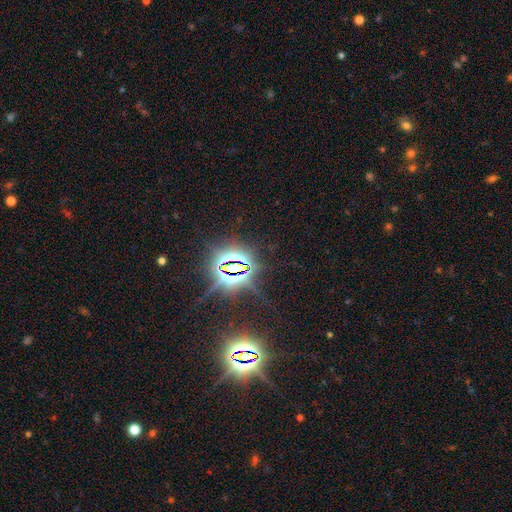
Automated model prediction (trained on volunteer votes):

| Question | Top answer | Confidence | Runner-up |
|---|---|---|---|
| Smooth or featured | star or artifact | 83% | smooth (10%) |